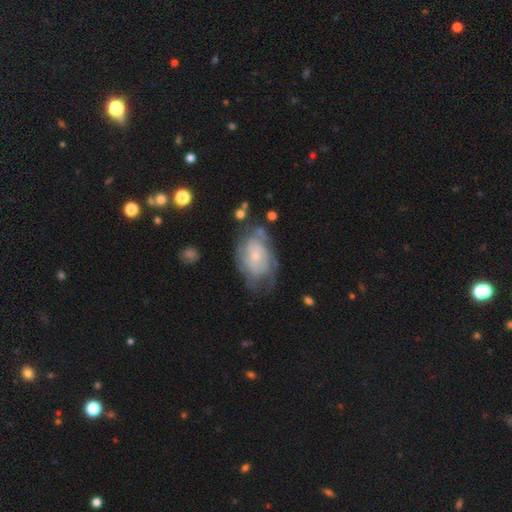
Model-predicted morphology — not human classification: Q: Smooth or featured?
A: featured or disk (64%); runner-up: smooth (29%)
Q: Edge-on disk?
A: no (96%); runner-up: yes (4%)
Q: Bar?
A: no (78%); runner-up: weak (19%)
Q: Spiral arms?
A: yes (72%); runner-up: no (28%)
Q: Bulge size?
A: small (64%); runner-up: moderate (24%)
Q: Merging?
A: none (53%); runner-up: minor disturbance (26%)